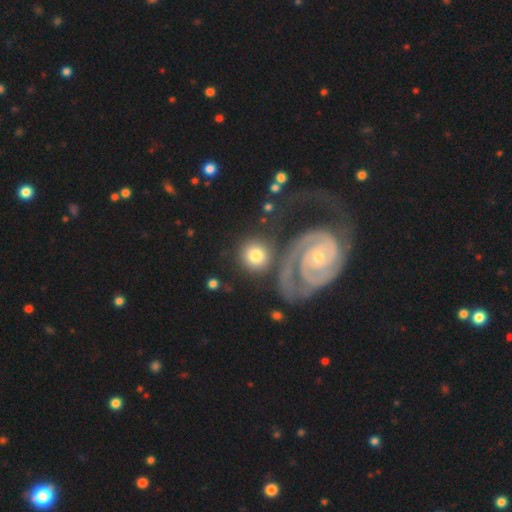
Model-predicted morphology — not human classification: Smooth or featured: smooth — 63% (featured or disk — 30%)
How rounded: round — 89% (in between — 10%)
Merging: none — 67% (merger — 16%)